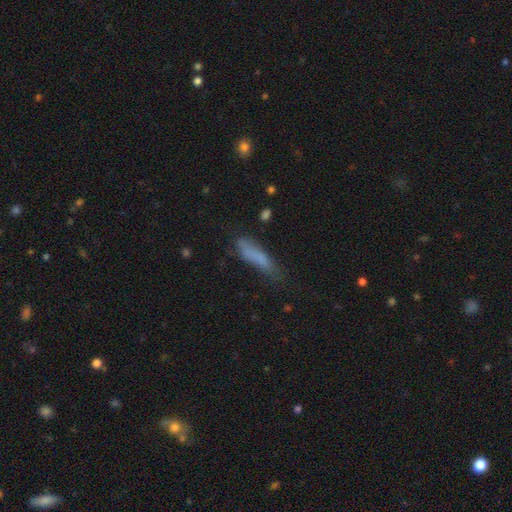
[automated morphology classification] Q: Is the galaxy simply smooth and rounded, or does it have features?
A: smooth — 73%.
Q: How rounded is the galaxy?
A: cigar-shaped — 73%.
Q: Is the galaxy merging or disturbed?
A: none — 52%.